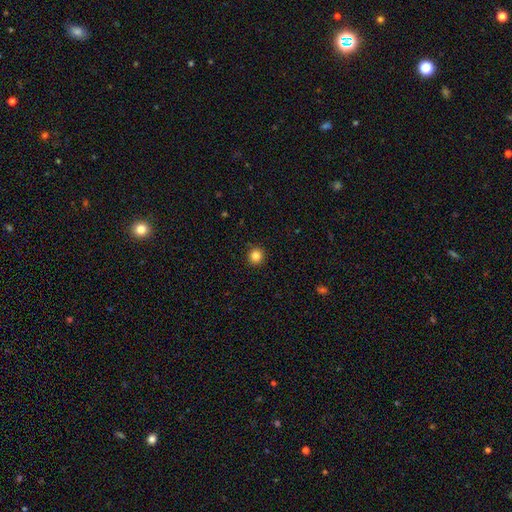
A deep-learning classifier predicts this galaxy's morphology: smooth 85%, star or artifact 11%, featured or disk 4%. Down the decision tree: how rounded — round (92%); merging — none (92%).